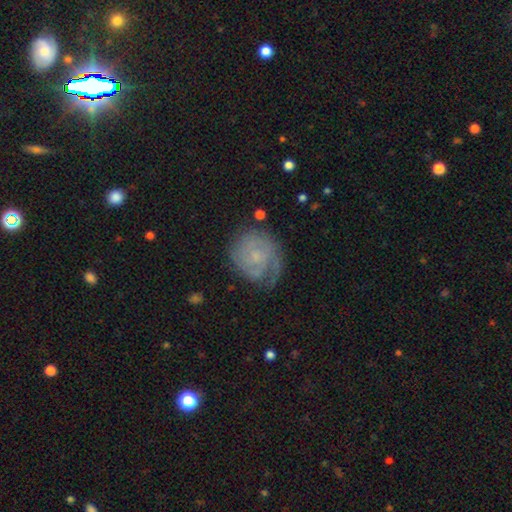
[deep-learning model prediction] smooth-or-featured: featured or disk: 65% | smooth: 27% | star or artifact: 8%
  disk-edge-on: no: 98% | yes: 2%
    bar: no: 74% | weak: 23% | strong: 3%
    has-spiral-arms: yes: 88% | no: 12%
      spiral-winding: tight: 60% | medium: 28% | loose: 12%
      spiral-arm-count: can't tell: 34% | 2: 28% | 1: 22% | 3: 9% | 4: 4% | more than 4: 3%
    bulge-size: small: 67% | moderate: 17% | none: 13% | large: 1% | dominant: 1%
  merging: none: 61% | minor disturbance: 24% | major disturbance: 13% | merger: 2%